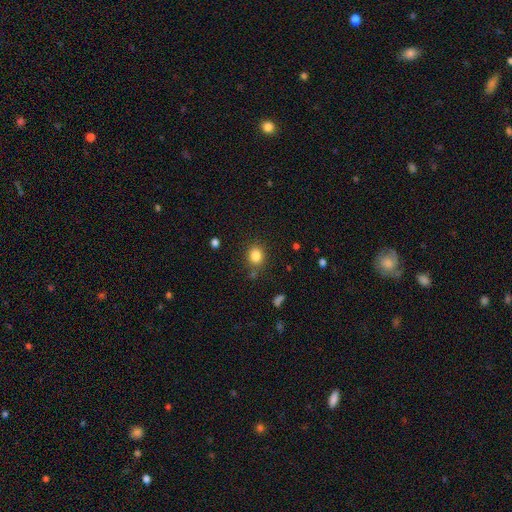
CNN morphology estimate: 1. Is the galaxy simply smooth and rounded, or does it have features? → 83% smooth, 11% star or artifact, 5% featured or disk.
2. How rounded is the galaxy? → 74% round, 25% in between, 1% cigar-shaped.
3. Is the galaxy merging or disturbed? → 80% none, 11% minor disturbance, 5% merger, 4% major disturbance.